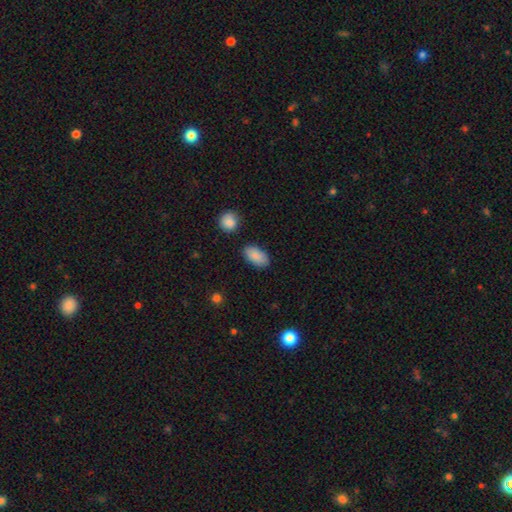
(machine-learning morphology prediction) Overall: smooth (88%). How rounded: in between (94%). Merging: none (82%).